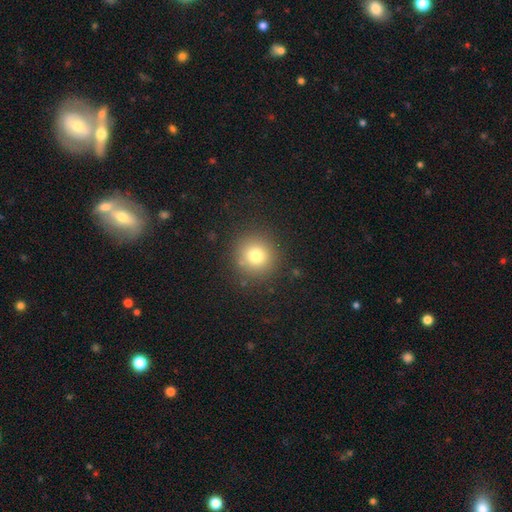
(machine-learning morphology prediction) The model was most divided on "smooth or featured": smooth: 77%, star or artifact: 13%, featured or disk: 10%. More confident: how rounded — round (93%); merging — none (87%).